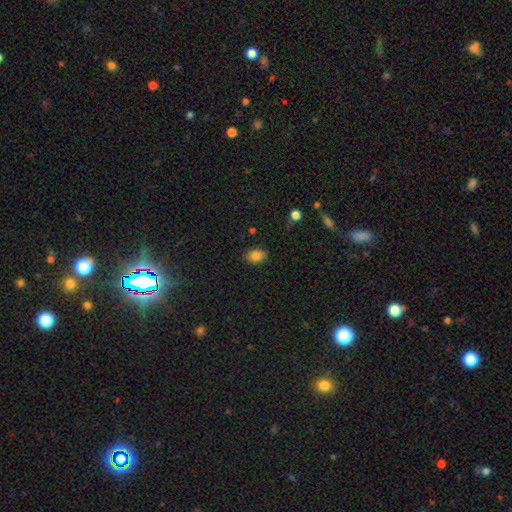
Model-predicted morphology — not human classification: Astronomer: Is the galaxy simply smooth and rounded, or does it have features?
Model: smooth — 85%.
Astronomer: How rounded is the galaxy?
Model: in between — 68%.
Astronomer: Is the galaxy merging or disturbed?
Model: none — 82%.